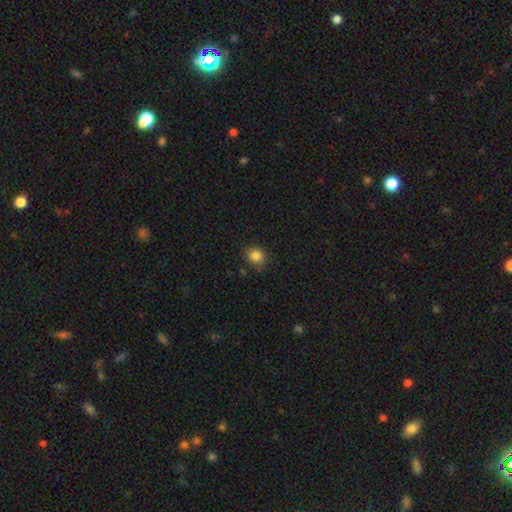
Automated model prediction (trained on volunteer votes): This appears to be a smooth galaxy with no disk features (84%) that is round (78%). Merging: none (82%).